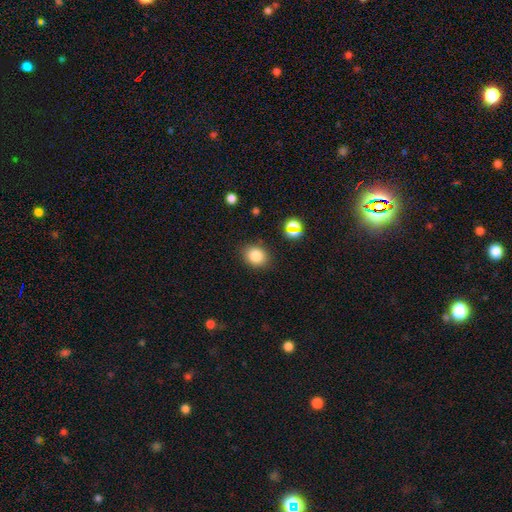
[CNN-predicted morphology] Smooth or featured? Predicted: smooth (p=0.81). How rounded? Predicted: round (p=0.56). Merging? Predicted: none (p=0.84).